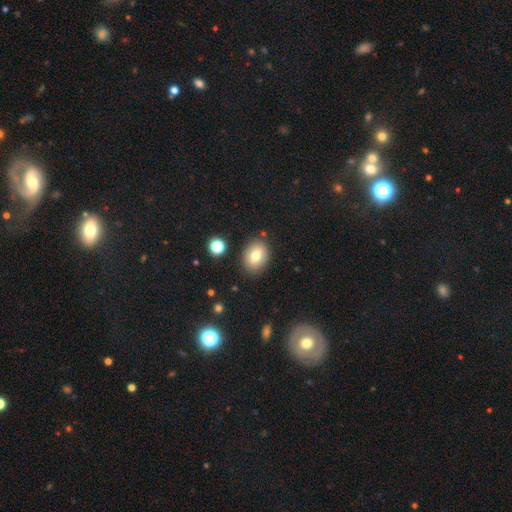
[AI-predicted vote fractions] This appears to be a smooth galaxy with no disk features (76%) that is in between round and cigar-shaped (68%). Merging: none (84%).